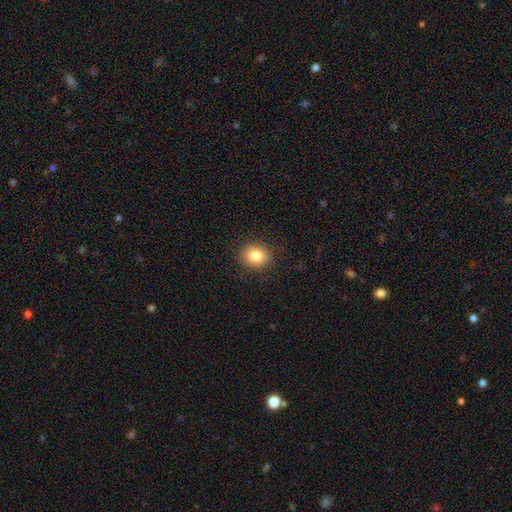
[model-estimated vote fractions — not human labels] smooth_or_featured: smooth (p=0.83) [alt: star or artifact p=0.10]
how_rounded: round (p=0.61) [alt: in between p=0.38]
merging: none (p=0.89) [alt: minor disturbance p=0.08]